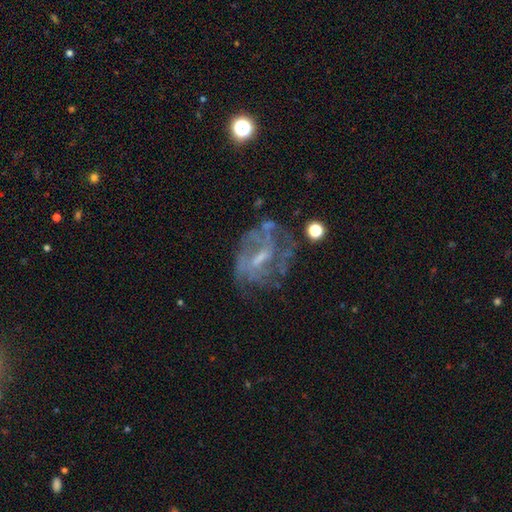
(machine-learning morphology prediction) A featured or disk galaxy (71%) with a weak bar (48%), spiral arms (72%) and a small central bulge (49%). Merging: none (57%).